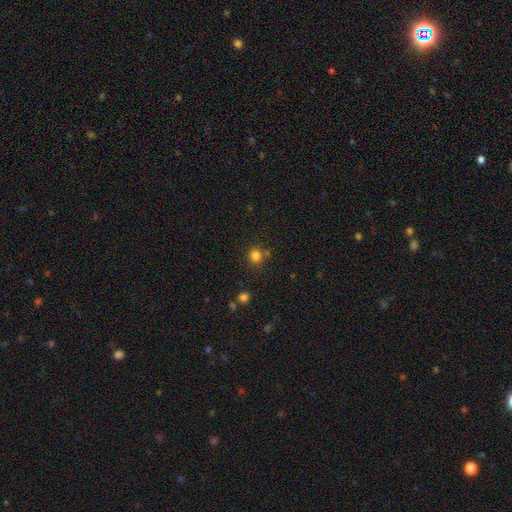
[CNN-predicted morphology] A smooth galaxy with no disk features (81%) that is round (87%). Merging: none (76%).